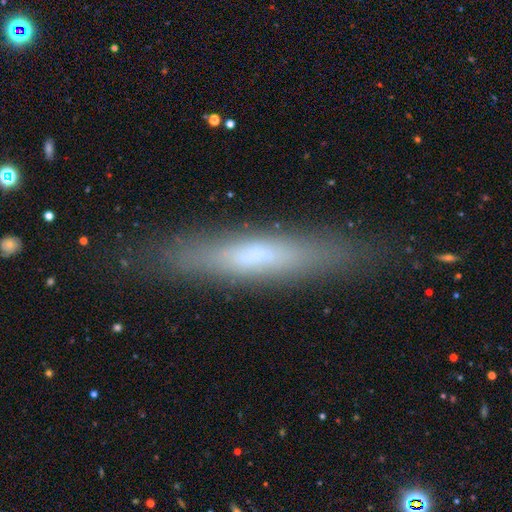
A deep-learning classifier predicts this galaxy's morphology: smooth-or-featured: smooth: 54% | featured or disk: 36% | star or artifact: 9%
  how-rounded: cigar-shaped: 85% | in between: 13% | round: 2%
  merging: none: 85% | minor disturbance: 11% | major disturbance: 3% | merger: 1%